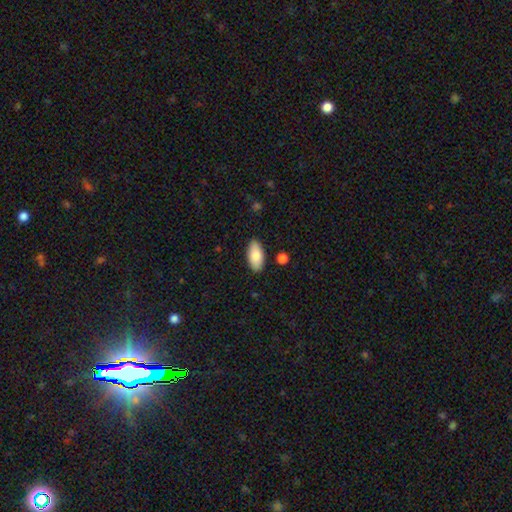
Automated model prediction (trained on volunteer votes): Smooth or featured? Predicted: smooth (p=0.84). How rounded? Predicted: in between (p=0.91). Merging? Predicted: none (p=0.87).